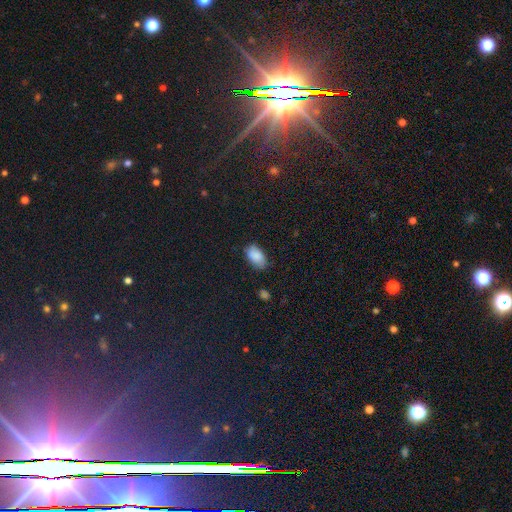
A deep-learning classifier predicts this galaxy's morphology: smooth 87%, star or artifact 8%, featured or disk 5%. Down the decision tree: how rounded — in between (94%); merging — none (73%).